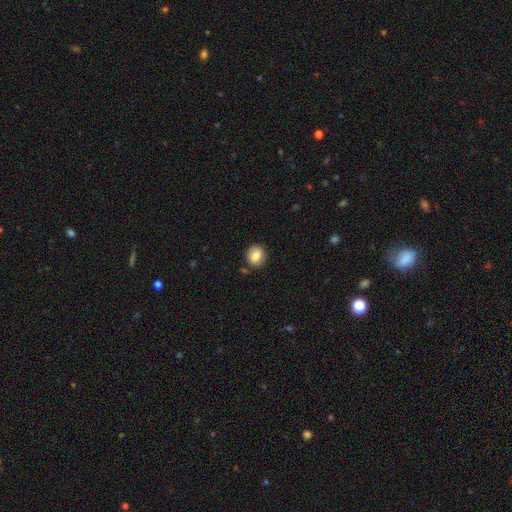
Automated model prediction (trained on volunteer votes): Smooth or featured? Predicted: smooth (p=0.84). How rounded? Predicted: round (p=0.70). Merging? Predicted: none (p=0.84).